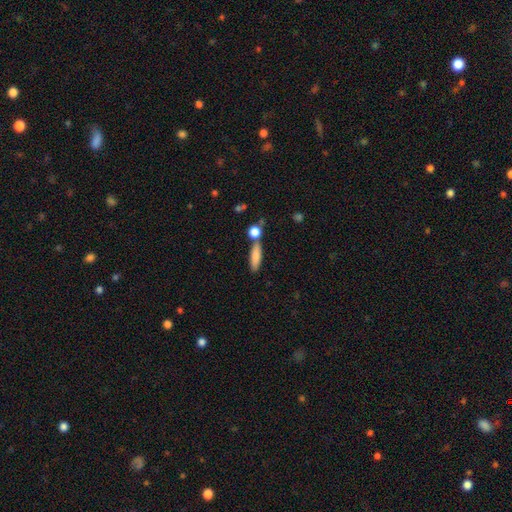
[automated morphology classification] Smooth or featured? smooth (81%)
How rounded? cigar-shaped (56%)
Merging? none (66%)